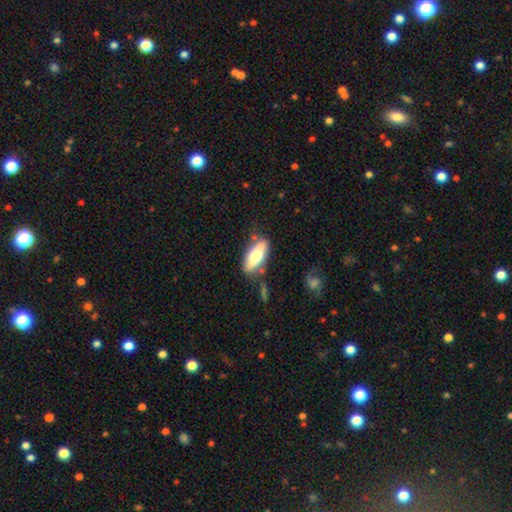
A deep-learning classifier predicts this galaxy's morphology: Smooth or featured? Predicted: smooth (p=0.69). How rounded? Predicted: in between (p=0.73). Merging? Predicted: none (p=0.72).